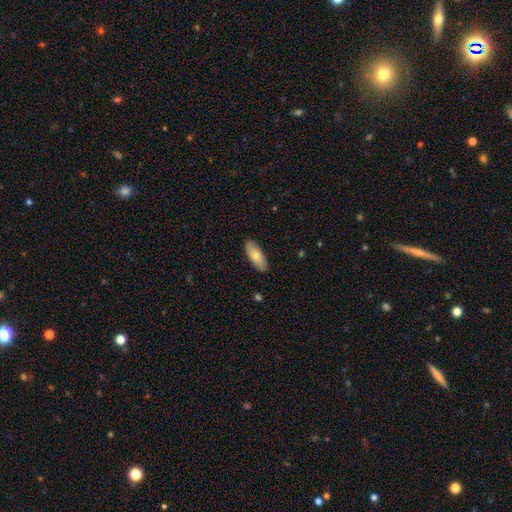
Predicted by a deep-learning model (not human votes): The model was most divided on "smooth or featured": smooth: 71%, featured or disk: 24%, star or artifact: 6%. More confident: merging — none (89%); how rounded — in between (82%).